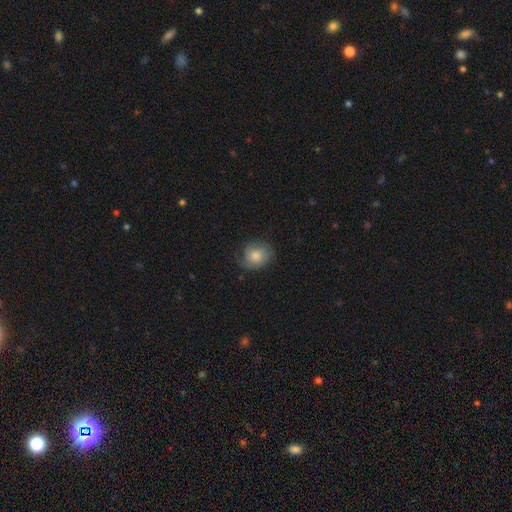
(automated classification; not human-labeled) smooth-or-featured: smooth: 62% | featured or disk: 31% | star or artifact: 7%
  how-rounded: round: 66% | in between: 33% | cigar-shaped: 1%
  merging: none: 63% | minor disturbance: 26% | major disturbance: 10% | merger: 1%